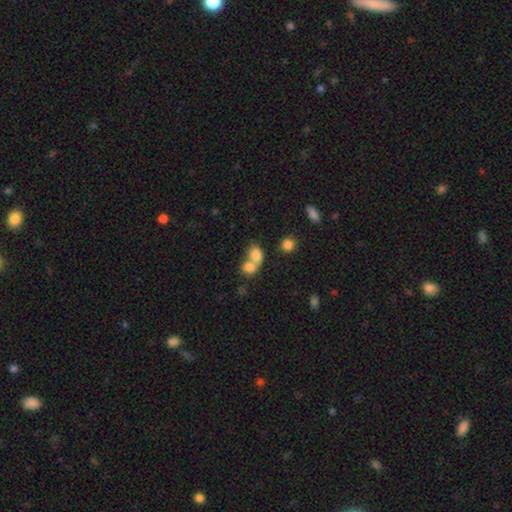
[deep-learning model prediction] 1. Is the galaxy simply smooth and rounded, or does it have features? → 78% smooth, 12% featured or disk, 10% star or artifact.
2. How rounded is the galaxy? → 62% in between, 37% round, 2% cigar-shaped.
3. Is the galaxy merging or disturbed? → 66% merger, 24% none, 6% minor disturbance, 4% major disturbance.